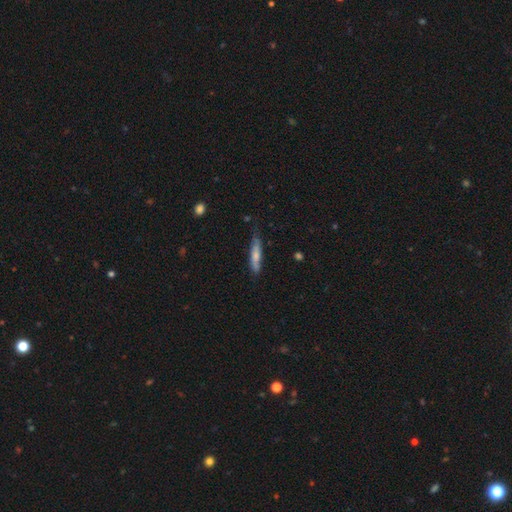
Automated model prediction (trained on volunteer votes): The model was most divided on "smooth or featured": smooth: 66%, featured or disk: 29%, star or artifact: 6%. More confident: how rounded — cigar-shaped (85%); merging — none (70%).